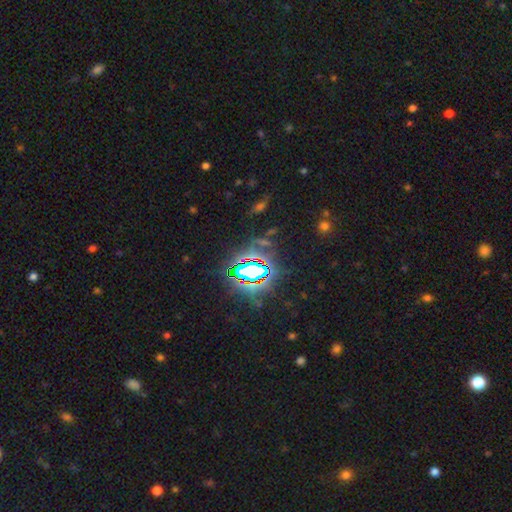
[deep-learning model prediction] The model was most divided on "smooth or featured": star or artifact: 81%, smooth: 11%, featured or disk: 9%.